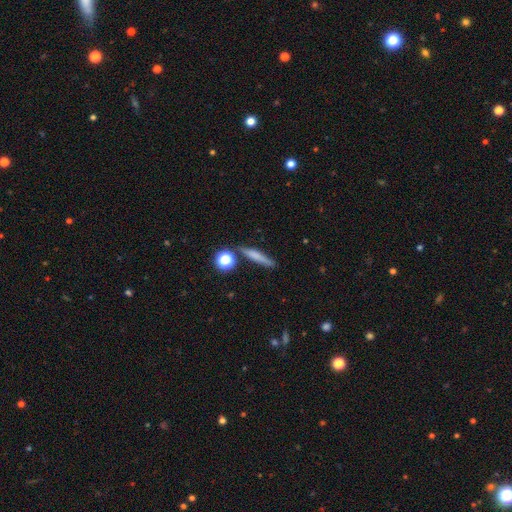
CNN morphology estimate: Overall: smooth (61%; featured or disk 28%). How rounded: cigar-shaped (80%). Merging: none (76%).